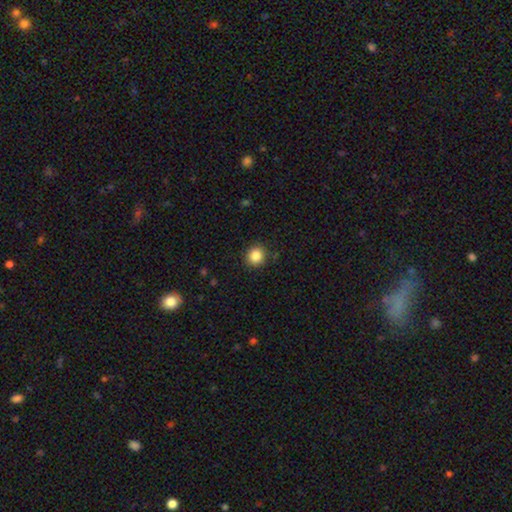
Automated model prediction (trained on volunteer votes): Morphology: type=smooth (85%); roundness=round (89%); merging=none (89%).